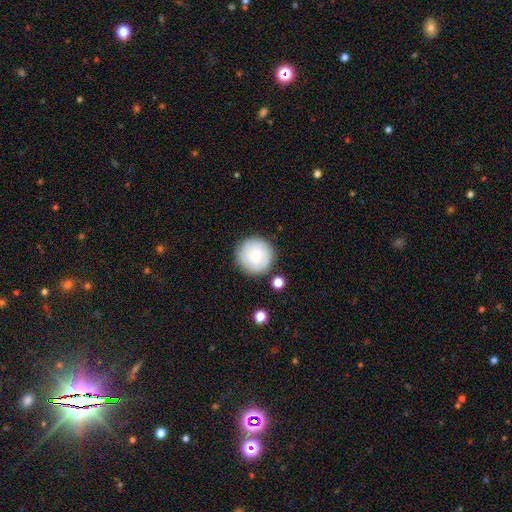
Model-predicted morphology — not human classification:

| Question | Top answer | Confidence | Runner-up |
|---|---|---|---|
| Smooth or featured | smooth | 64% | featured or disk (28%) |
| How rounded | round | 95% | in between (4%) |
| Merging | none | 85% | minor disturbance (10%) |